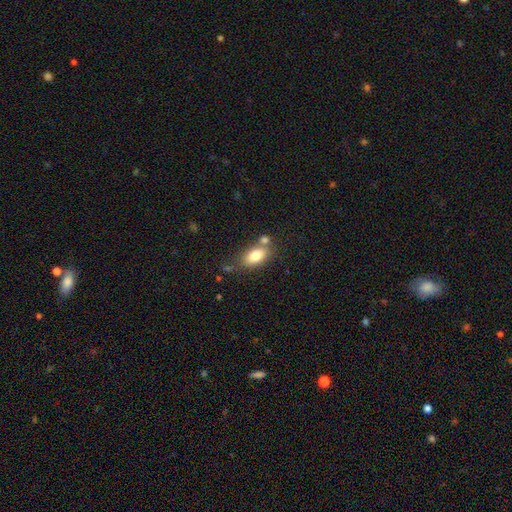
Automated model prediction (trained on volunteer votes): smooth-or-featured: smooth: 79% | featured or disk: 13% | star or artifact: 8%
  how-rounded: in between: 87% | round: 8% | cigar-shaped: 5%
  merging: none: 59% | merger: 21% | minor disturbance: 15% | major disturbance: 5%